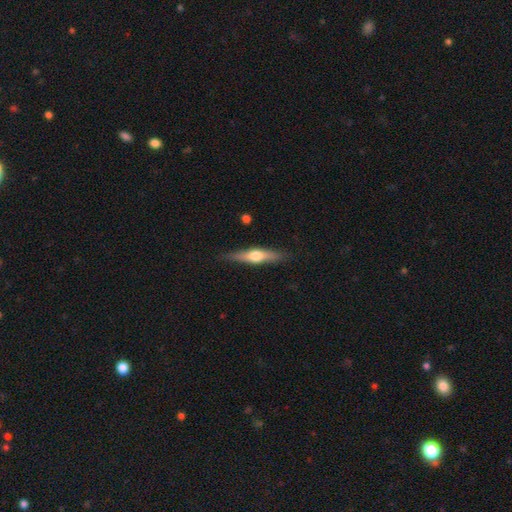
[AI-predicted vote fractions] smooth-or-featured: featured or disk: 55% | smooth: 39% | star or artifact: 6%
  disk-edge-on: yes: 94% | no: 6%
    edge-on-bulge: rounded: 93% | none: 4% | boxy: 4%
  merging: none: 86% | minor disturbance: 11% | major disturbance: 2% | merger: 1%